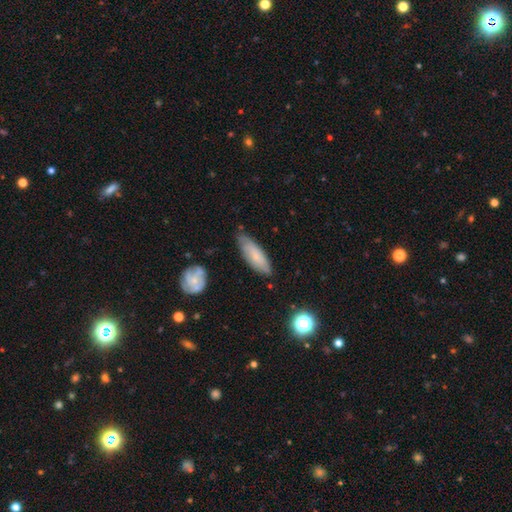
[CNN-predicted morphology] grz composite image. It shows a smooth galaxy with no disk features (65%) that is in between round and cigar-shaped (57%). Merging: none (67%).